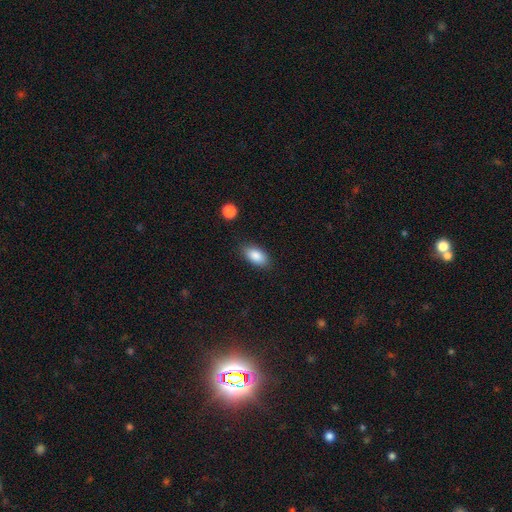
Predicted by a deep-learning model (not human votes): Smooth or featured? smooth (87%)
How rounded? in between (92%)
Merging? none (85%)